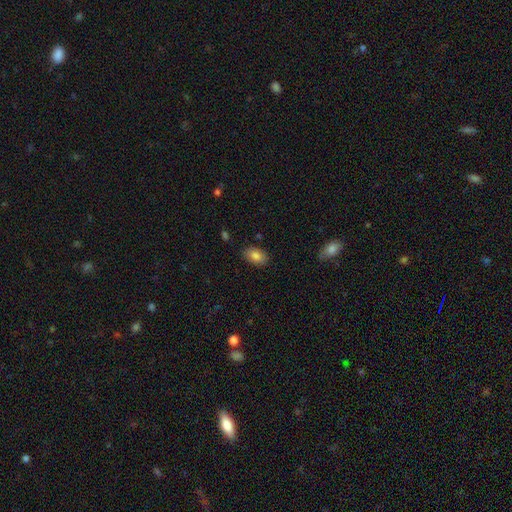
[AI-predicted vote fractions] The model was most divided on "merging": none: 85%, minor disturbance: 11%, major disturbance: 2%, merger: 1%. More confident: how rounded — in between (90%); smooth or featured — smooth (84%).